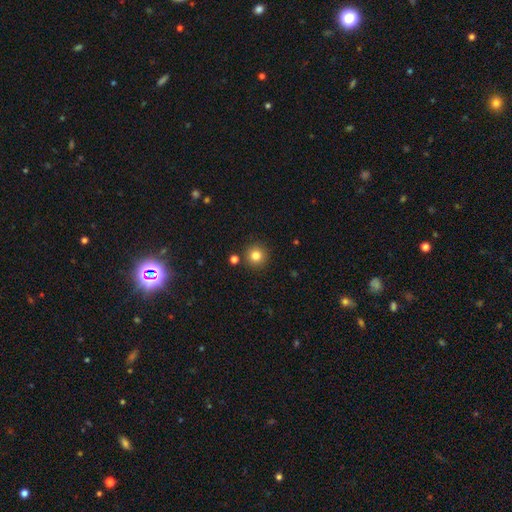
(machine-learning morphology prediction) Overall: smooth (82%). How rounded: round (95%). Merging: none (88%).